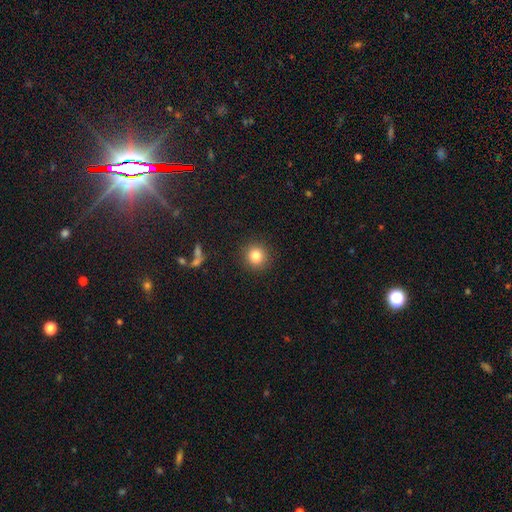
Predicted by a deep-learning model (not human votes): smooth 83%, star or artifact 11%, featured or disk 6%. Down the decision tree: how rounded — round (92%); merging — none (90%).